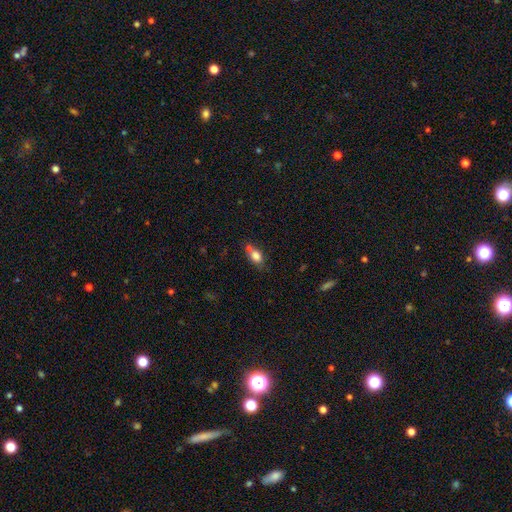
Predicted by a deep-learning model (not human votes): This appears to be a smooth galaxy with no disk features (78%) that is in between round and cigar-shaped (79%). Merging: none (48%).